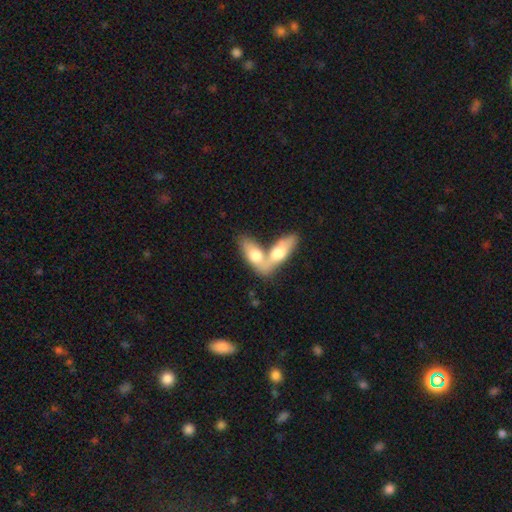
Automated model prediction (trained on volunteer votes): smooth_or_featured: smooth (p=0.64) [alt: featured or disk p=0.31]
how_rounded: in between (p=0.74) [alt: cigar-shaped p=0.22]
merging: merger (p=0.73) [alt: none p=0.19]